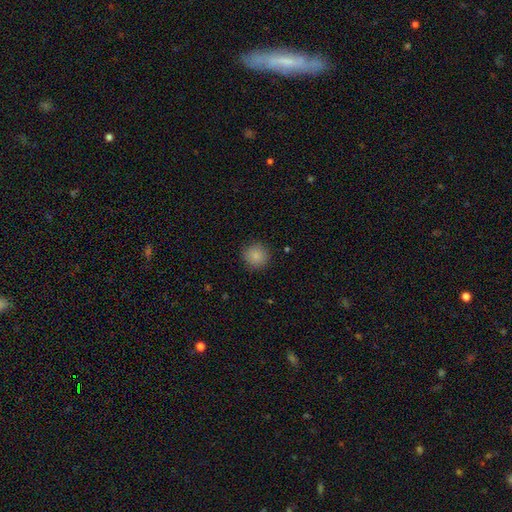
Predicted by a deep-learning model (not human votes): smooth_or_featured: smooth (p=0.85) [alt: star or artifact p=0.10]
how_rounded: round (p=0.93) [alt: in between p=0.06]
merging: none (p=0.89) [alt: minor disturbance p=0.07]